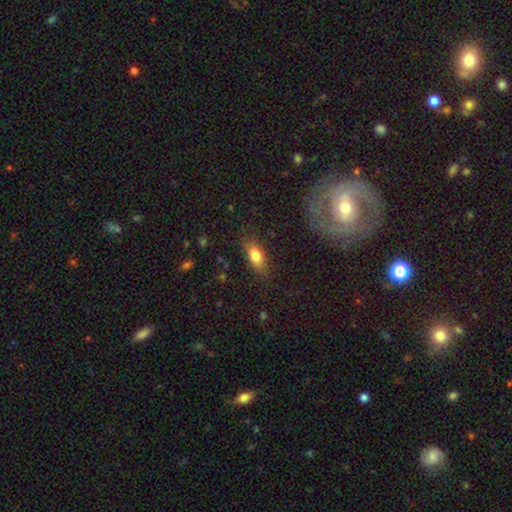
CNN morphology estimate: Smooth or featured? Predicted: smooth (p=0.78). How rounded? Predicted: in between (p=0.79). Merging? Predicted: none (p=0.80).